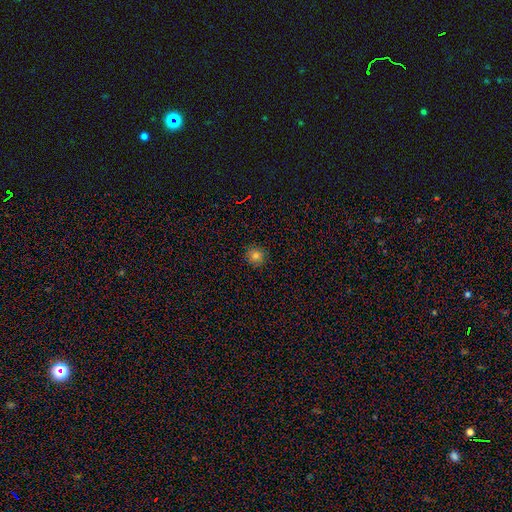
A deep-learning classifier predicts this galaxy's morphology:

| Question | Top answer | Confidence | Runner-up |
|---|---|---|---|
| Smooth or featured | smooth | 80% | star or artifact (14%) |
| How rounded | round | 94% | in between (5%) |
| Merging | none | 92% | minor disturbance (6%) |